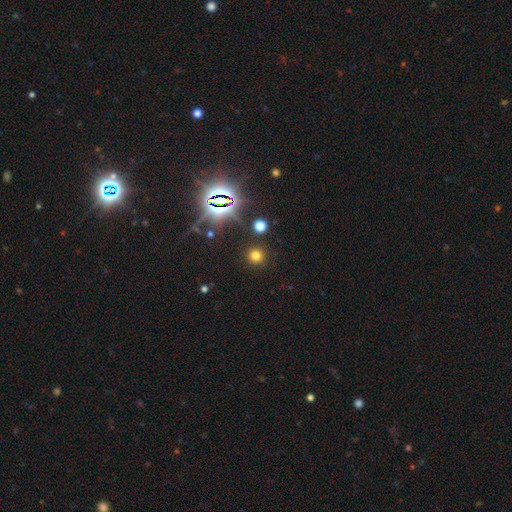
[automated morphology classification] Overall: smooth (68%). How rounded: round (94%). Merging: none (89%).